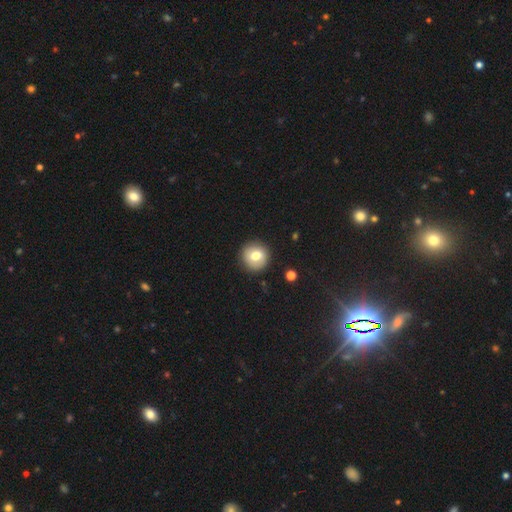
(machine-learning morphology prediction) A smooth galaxy with no disk features (73%) that is round (93%).

Vote fractions:
- Smooth or featured? smooth: 73% / featured or disk: 18% / star or artifact: 9%
- How rounded? round: 93% / in between: 6% / cigar-shaped: 1%
- Merging? none: 90% / minor disturbance: 7% / major disturbance: 2% / merger: 1%